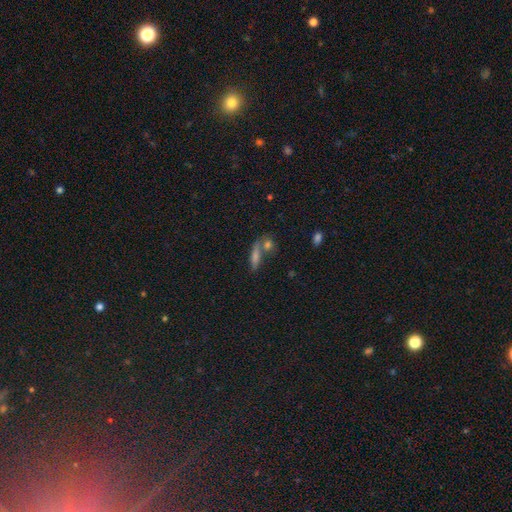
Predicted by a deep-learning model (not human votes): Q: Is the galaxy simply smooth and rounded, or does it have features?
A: smooth — 56%.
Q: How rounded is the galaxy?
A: cigar-shaped — 59%.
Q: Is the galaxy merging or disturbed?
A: none — 54%.